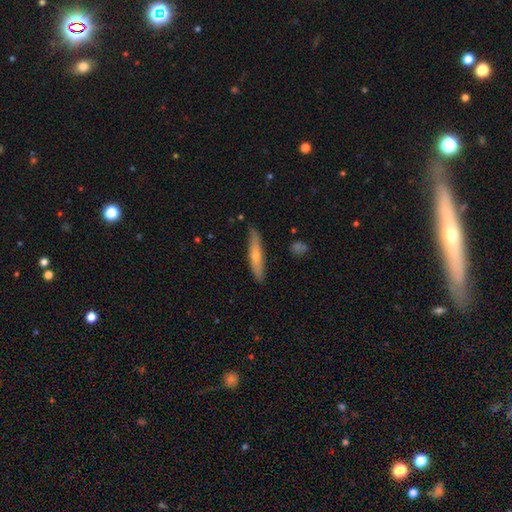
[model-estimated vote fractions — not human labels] This is possibly a featured or disk galaxy (49%). Merging: clearly none (83%).